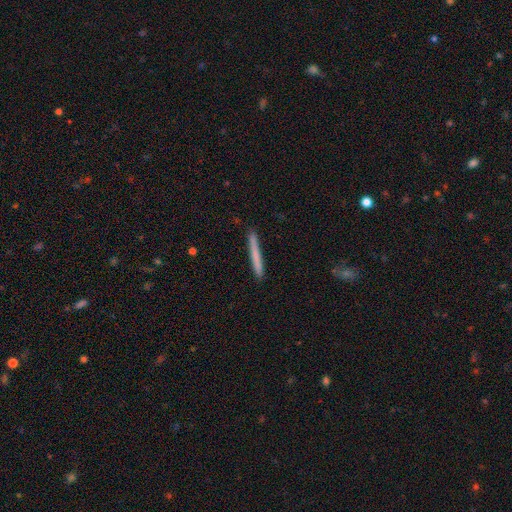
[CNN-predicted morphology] Smooth or featured? smooth (69%)
How rounded? cigar-shaped (97%)
Merging? none (91%)